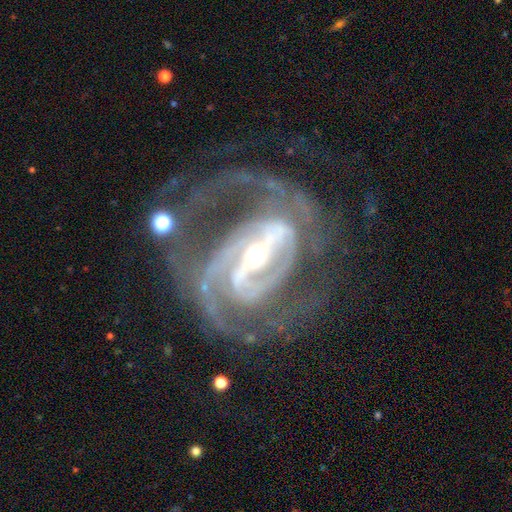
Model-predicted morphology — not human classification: This appears to be a featured or disk galaxy (92%) with a strong bar (74%), 2 (56%) tight (46%) spiral arms (97%) and a small central bulge (55%). Merging: none (51%).